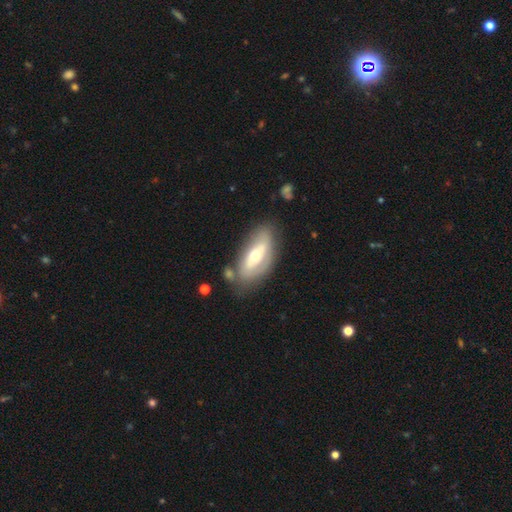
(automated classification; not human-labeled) This is possibly a featured or disk galaxy (59%). It is clearly not viewed edge-on (83%). Merging: likely none (68%).